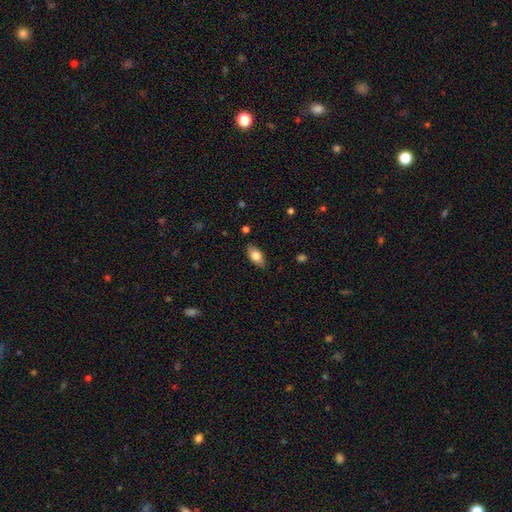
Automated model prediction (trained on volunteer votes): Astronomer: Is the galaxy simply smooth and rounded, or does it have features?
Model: smooth — 79%.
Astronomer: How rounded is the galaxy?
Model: in between — 90%.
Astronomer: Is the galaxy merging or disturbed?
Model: none — 82%.